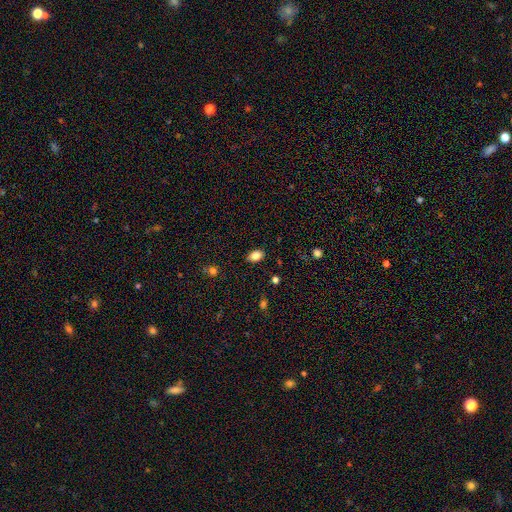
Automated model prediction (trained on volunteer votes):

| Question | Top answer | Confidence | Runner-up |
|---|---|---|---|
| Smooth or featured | smooth | 83% | star or artifact (9%) |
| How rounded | in between | 86% | round (12%) |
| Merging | none | 86% | minor disturbance (10%) |